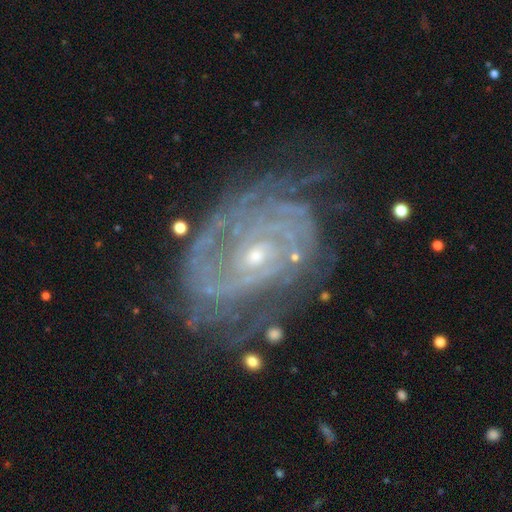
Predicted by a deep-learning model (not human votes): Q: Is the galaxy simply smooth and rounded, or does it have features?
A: featured or disk — 88%.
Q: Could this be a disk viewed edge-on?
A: no — 97%.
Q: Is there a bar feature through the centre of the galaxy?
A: no — 66%.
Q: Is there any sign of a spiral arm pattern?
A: yes — 96%.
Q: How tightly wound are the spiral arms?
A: tight — 71%.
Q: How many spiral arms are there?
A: can't tell — 34%.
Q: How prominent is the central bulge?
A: small — 73%.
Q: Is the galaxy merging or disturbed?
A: none — 65%.